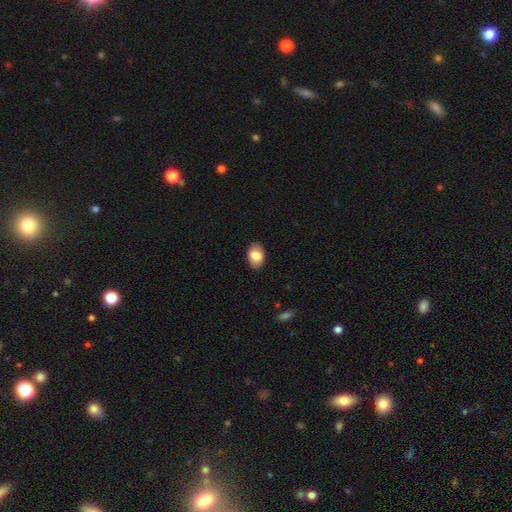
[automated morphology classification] smooth 82%, featured or disk 11%, star or artifact 7%. Down the decision tree: how rounded — in between (82%); merging — none (87%).